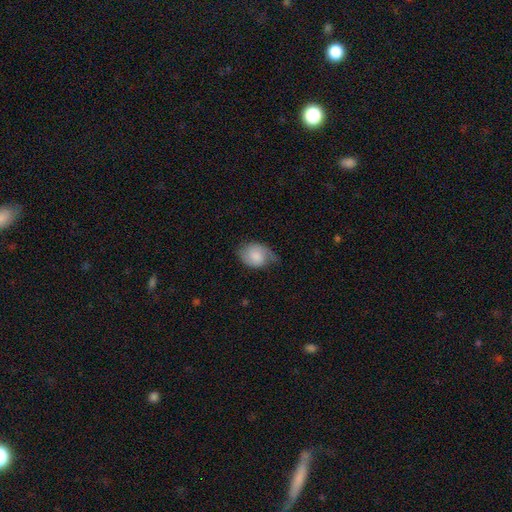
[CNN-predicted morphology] This is possibly a smooth galaxy (53%). How rounded: likely in between (70%). Merging: possibly none (53%).